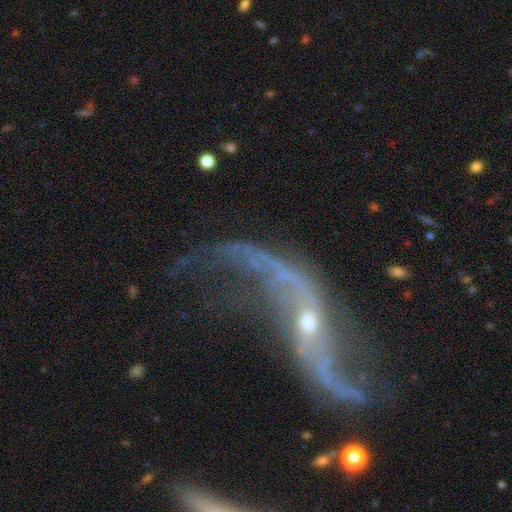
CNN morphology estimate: type=featured or disk (90%); edge-on=no (92%); bar=no (47%); spiral arms=yes (95%); winding=loose (93%); arm count=2 (93%); bulge=small (74%); merging=none (55%).